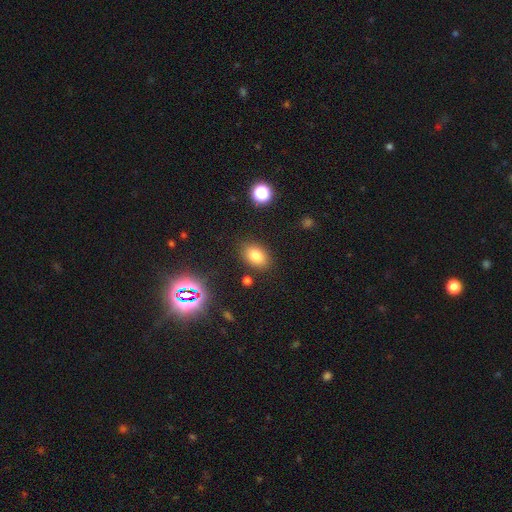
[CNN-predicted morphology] A smooth galaxy with no disk features (80%) that is in between round and cigar-shaped (82%). Merging: none (85%).